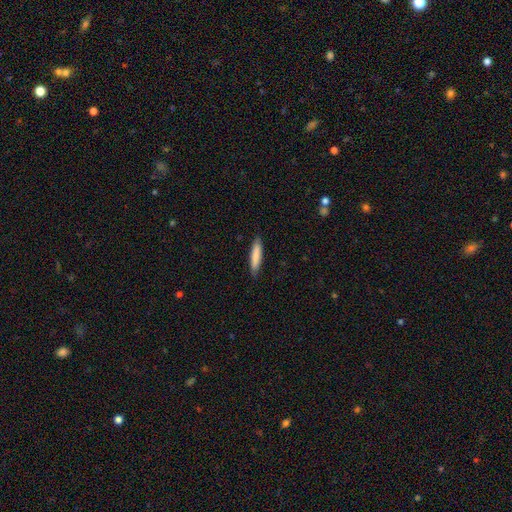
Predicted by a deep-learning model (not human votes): Overall: smooth (83%). How rounded: cigar-shaped (86%). Merging: none (88%).